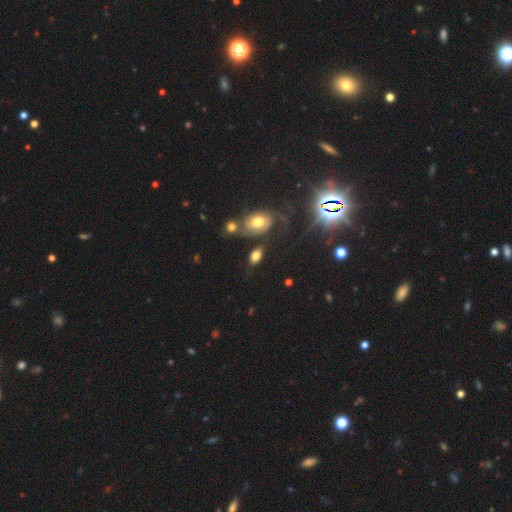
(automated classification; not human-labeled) This is likely a smooth galaxy (71%). How rounded: clearly in between (86%). Merging: likely none (64%).